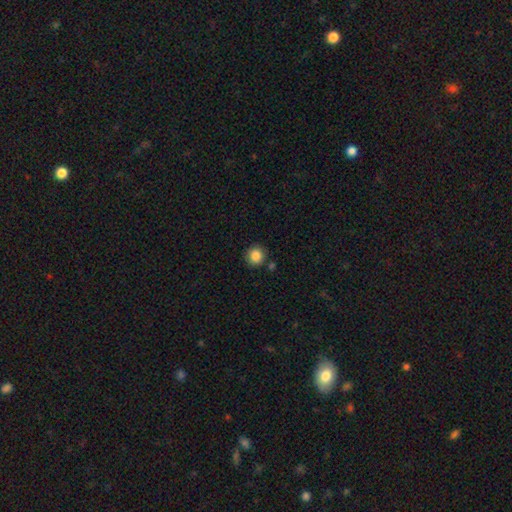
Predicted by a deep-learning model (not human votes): smooth_or_featured: smooth (p=0.86) [alt: star or artifact p=0.10]
how_rounded: round (p=0.92) [alt: in between p=0.07]
merging: none (p=0.85) [alt: minor disturbance p=0.08]